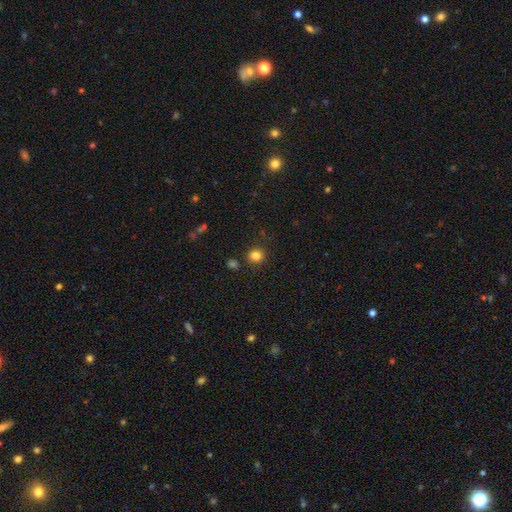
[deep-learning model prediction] Smooth or featured?
  - smooth: 83% *
  - star or artifact: 12%
  - featured or disk: 5%
How rounded?
  - round: 80% *
  - in between: 19%
  - cigar-shaped: 1%
Merging?
  - none: 85% *
  - minor disturbance: 9%
  - merger: 4%
  - major disturbance: 3%